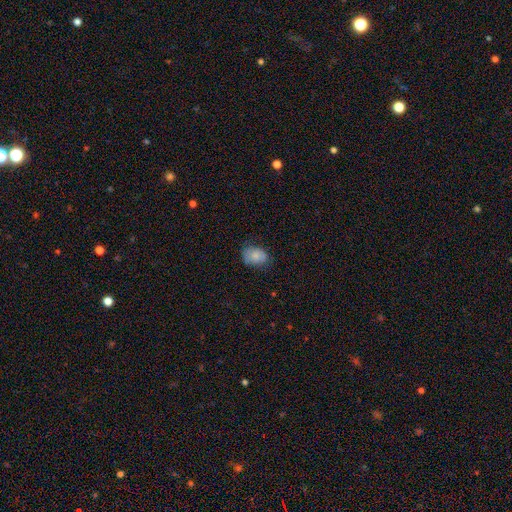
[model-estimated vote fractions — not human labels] This is clearly a smooth galaxy (83%). How rounded: likely in between (74%). Merging: likely none (71%).